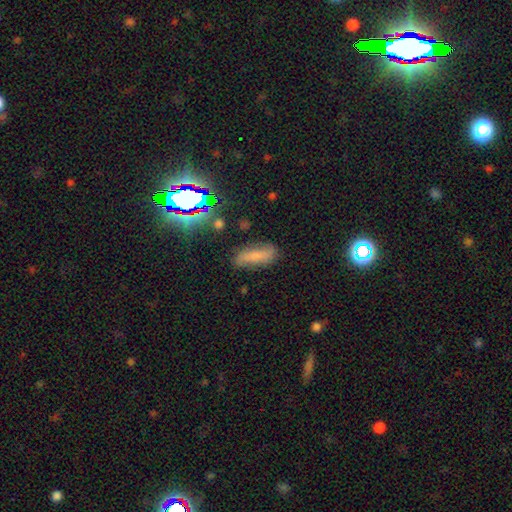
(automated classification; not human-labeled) Overall: smooth (59%; featured or disk 22%). How rounded: in between (55%; cigar-shaped 41%). Merging: none (72%).